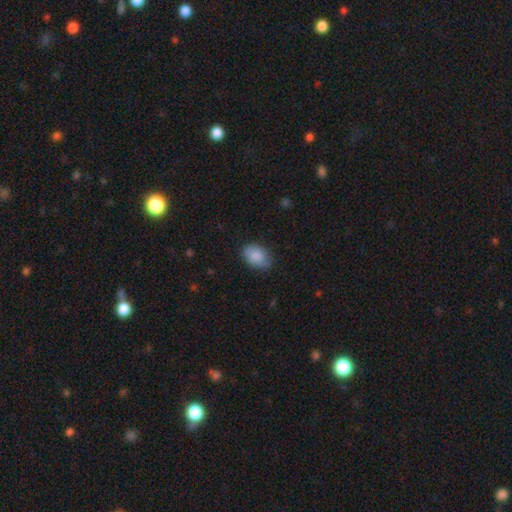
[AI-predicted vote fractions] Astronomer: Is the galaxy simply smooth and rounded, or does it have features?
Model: smooth — 86%.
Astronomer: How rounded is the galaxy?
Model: in between — 82%.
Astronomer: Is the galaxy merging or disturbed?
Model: none — 74%.